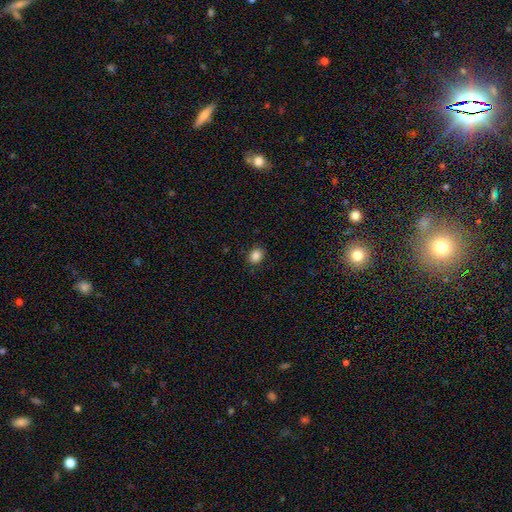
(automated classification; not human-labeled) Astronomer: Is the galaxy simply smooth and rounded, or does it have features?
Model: smooth — 86%.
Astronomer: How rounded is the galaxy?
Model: round — 54% (runner-up: in between, 45%).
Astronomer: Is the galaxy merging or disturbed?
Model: none — 88%.